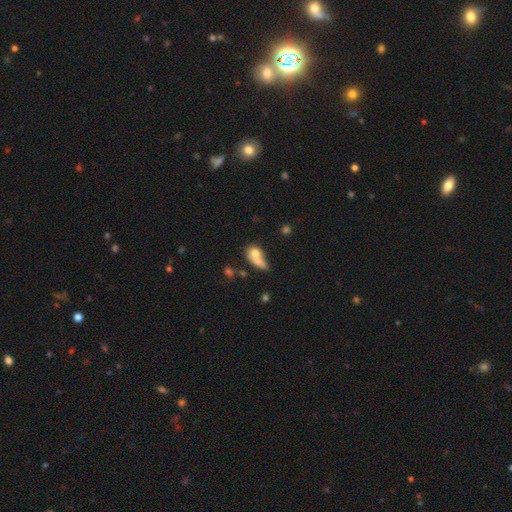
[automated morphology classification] type=smooth (69%); roundness=in between (59%); merging=merger (46%).